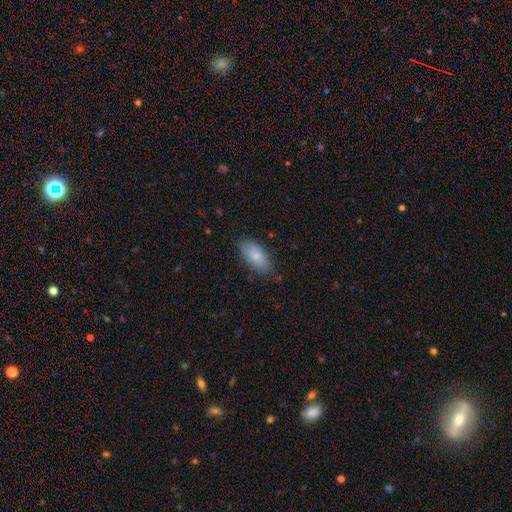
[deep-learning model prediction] Smooth or featured: smooth — 82% (featured or disk — 12%)
How rounded: in between — 92% (cigar-shaped — 6%)
Merging: none — 80% (minor disturbance — 15%)